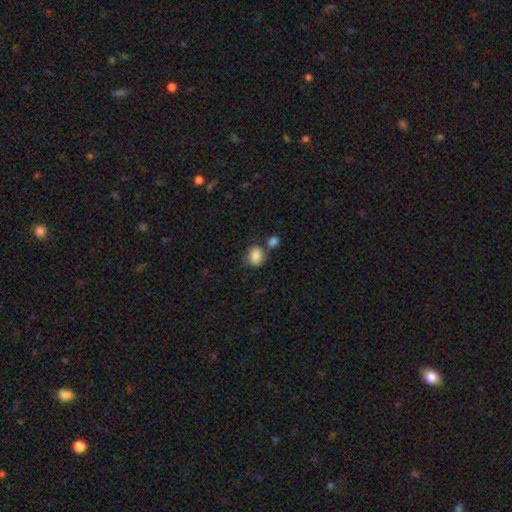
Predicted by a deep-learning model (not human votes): Q: Smooth or featured?
A: smooth (86%); runner-up: star or artifact (8%)
Q: How rounded?
A: round (53%); runner-up: in between (46%)
Q: Merging?
A: none (45%); runner-up: merger (32%)